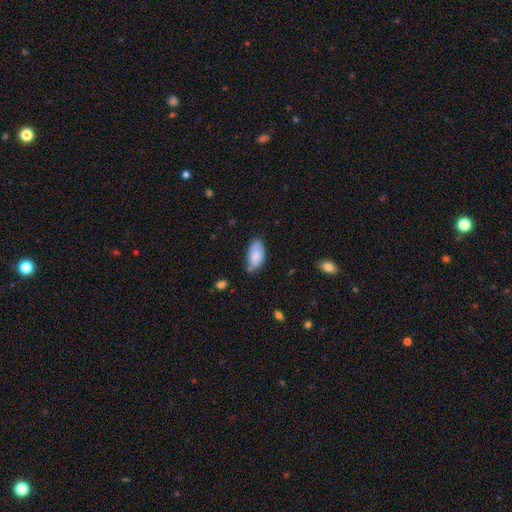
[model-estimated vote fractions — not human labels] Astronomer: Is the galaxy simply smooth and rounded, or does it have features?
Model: smooth — 82%.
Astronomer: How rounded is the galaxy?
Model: in between — 94%.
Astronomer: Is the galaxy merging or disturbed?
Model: none — 64%.